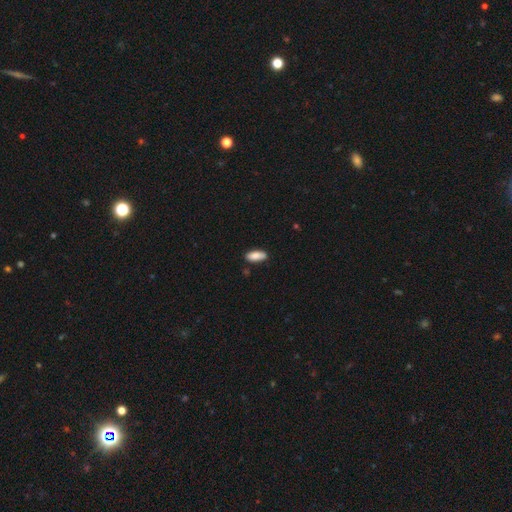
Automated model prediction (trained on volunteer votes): Overall: smooth (88%). How rounded: in between (81%). Merging: none (85%).